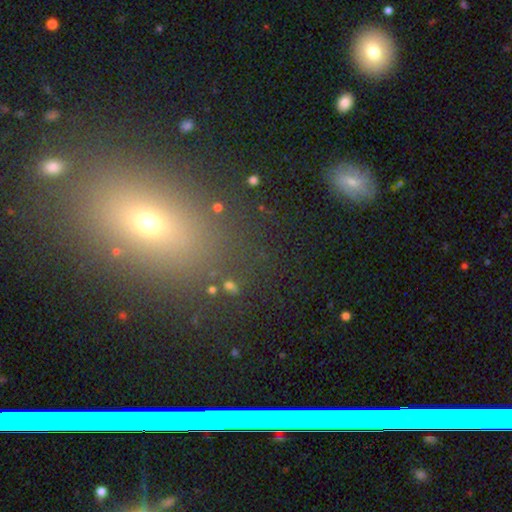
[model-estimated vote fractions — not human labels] Q: Smooth or featured?
A: smooth (47%); runner-up: star or artifact (39%)
Q: Merging?
A: none (81%); runner-up: minor disturbance (10%)